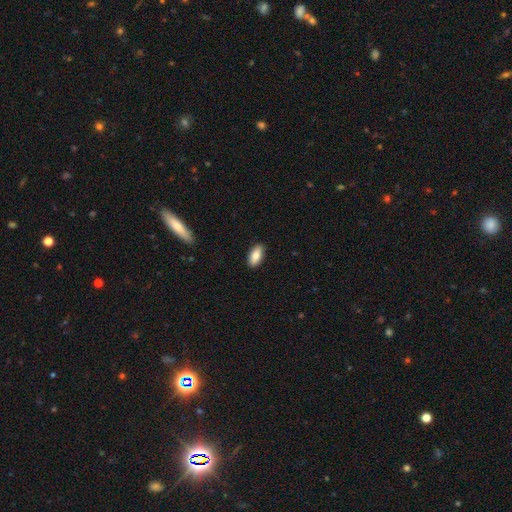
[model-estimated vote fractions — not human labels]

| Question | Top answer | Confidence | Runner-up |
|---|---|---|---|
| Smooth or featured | smooth | 83% | featured or disk (10%) |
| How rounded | in between | 89% | cigar-shaped (9%) |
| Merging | none | 89% | minor disturbance (8%) |